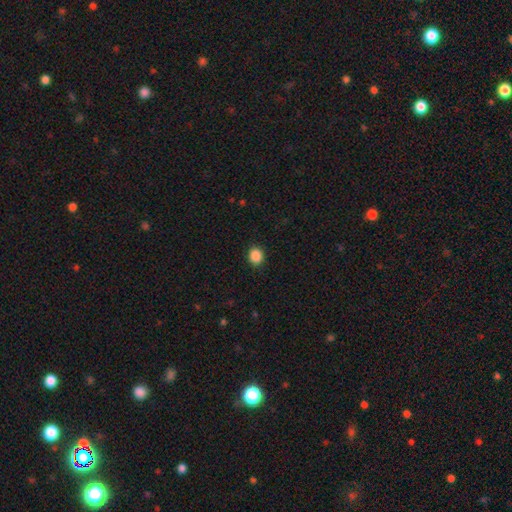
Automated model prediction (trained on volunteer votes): Smooth or featured?
  - smooth: 88% *
  - star or artifact: 10%
  - featured or disk: 2%
How rounded?
  - round: 73% *
  - in between: 26%
  - cigar-shaped: 1%
Merging?
  - none: 91% *
  - minor disturbance: 6%
  - major disturbance: 2%
  - merger: 1%